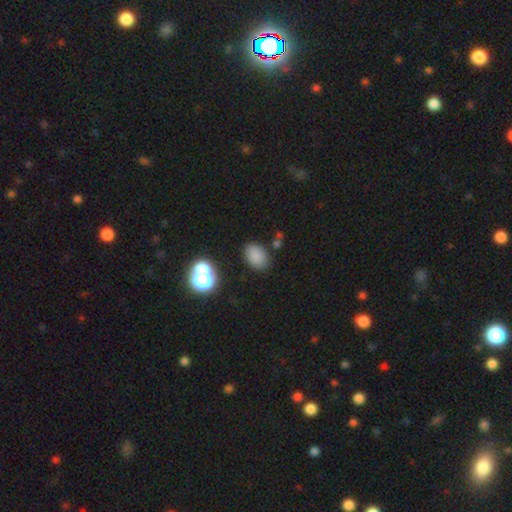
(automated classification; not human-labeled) Smooth or featured? Predicted: smooth (p=0.81). How rounded? Predicted: in between (p=0.78). Merging? Predicted: none (p=0.81).